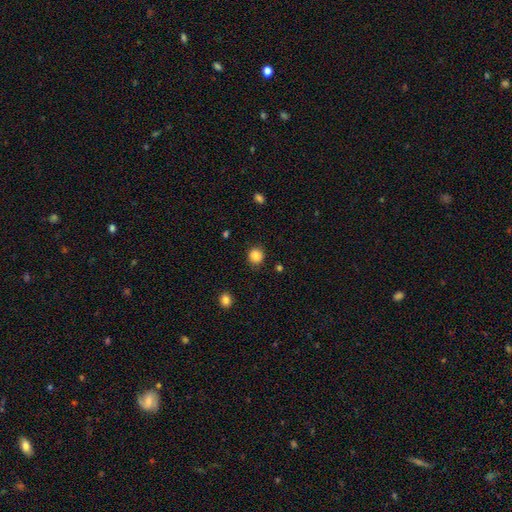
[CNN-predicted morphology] Overall: smooth (86%). How rounded: round (90%). Merging: none (88%).